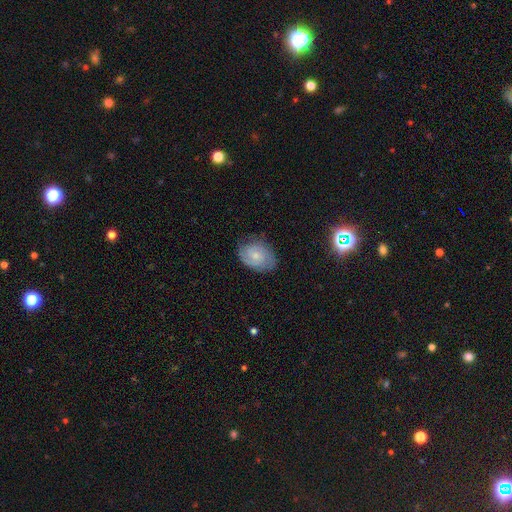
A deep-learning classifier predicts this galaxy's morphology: featured or disk 56%, smooth 36%, star or artifact 8%. Down the decision tree: edge-on disk — no (97%); bar — no (71%); spiral arms — yes (87%); bulge size — small (60%); merging — none (73%).